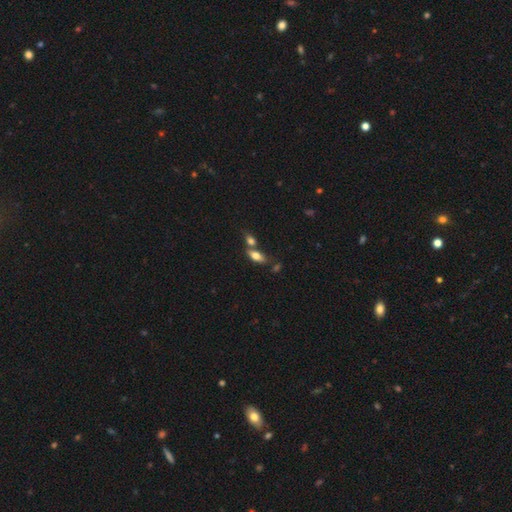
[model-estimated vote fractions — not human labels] Q: Smooth or featured?
A: smooth (70%); runner-up: featured or disk (21%)
Q: How rounded?
A: in between (80%); runner-up: cigar-shaped (16%)
Q: Merging?
A: none (48%); runner-up: merger (36%)